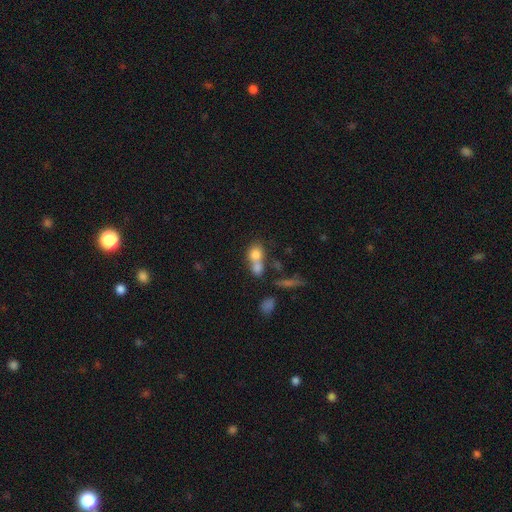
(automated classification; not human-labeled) Smooth or featured? Predicted: smooth (p=0.71). How rounded? Predicted: round (p=0.56). Merging? Predicted: merger (p=0.58).